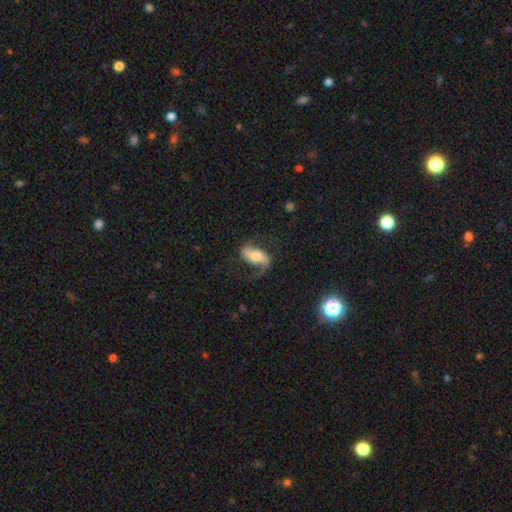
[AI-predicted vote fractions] The model was most divided on "bar": strong: 42%, no: 30%, weak: 28%. More confident: edge-on disk — no (90%); spiral arms — yes (90%); spiral arm count — 2 (83%); smooth or featured — featured or disk (70%); merging — none (63%); bulge size — moderate (61%); spiral winding — loose (60%).